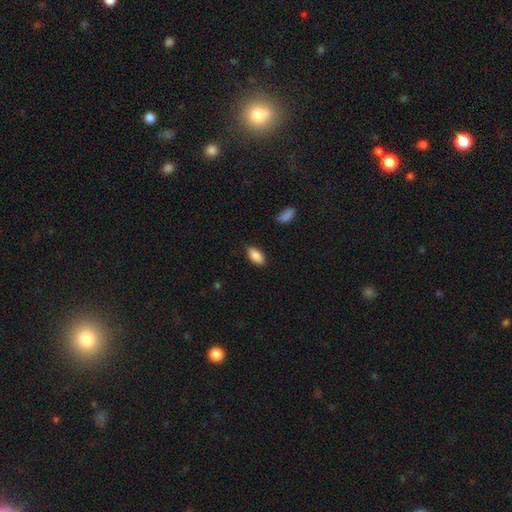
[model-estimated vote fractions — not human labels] A smooth galaxy with no disk features (86%) that is in between round and cigar-shaped (91%).

Vote fractions:
- Smooth or featured? smooth: 86% / featured or disk: 8% / star or artifact: 7%
- How rounded? in between: 91% / cigar-shaped: 7% / round: 2%
- Merging? none: 86% / minor disturbance: 10% / major disturbance: 2% / merger: 1%